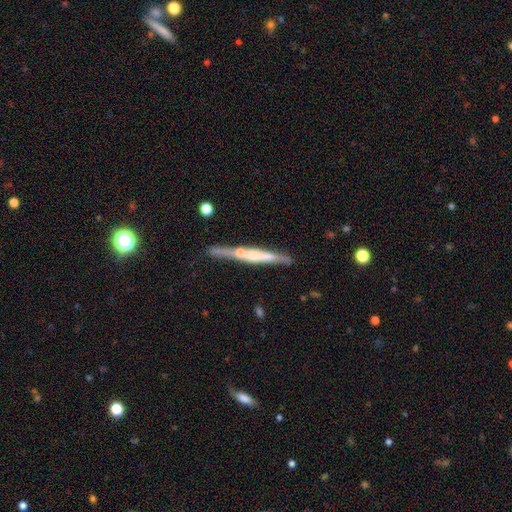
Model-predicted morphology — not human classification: A featured or disk galaxy (63%) viewed edge-on (94%) with a rounded central bulge (46%).

Vote fractions:
- Smooth or featured? featured or disk: 63% / smooth: 31% / star or artifact: 6%
- Edge-on disk? yes: 94% / no: 6%
- Edge-on bulge? rounded: 46% / none: 30% / boxy: 24%
- Merging? none: 71% / minor disturbance: 15% / merger: 10% / major disturbance: 4%